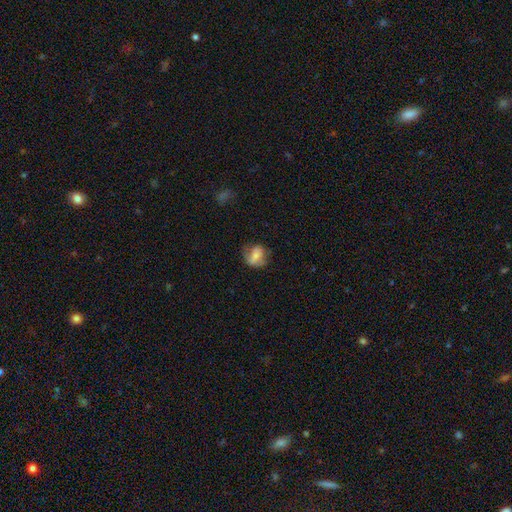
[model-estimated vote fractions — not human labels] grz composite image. It shows a smooth galaxy with no disk features (59%) that is round (52%). Merging: none (58%).